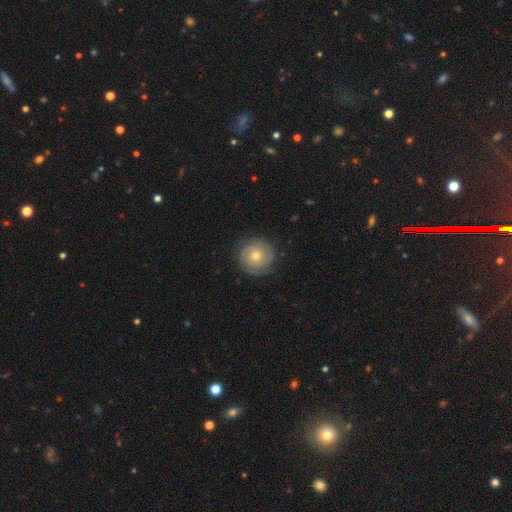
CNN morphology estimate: featured or disk 63%, smooth 30%, star or artifact 7%. Down the decision tree: edge-on disk — no (97%); bar — no (83%); spiral arms — yes (86%); spiral arm count — 2 (52%); spiral winding — tight (77%); bulge size — moderate (51%); merging — none (83%).